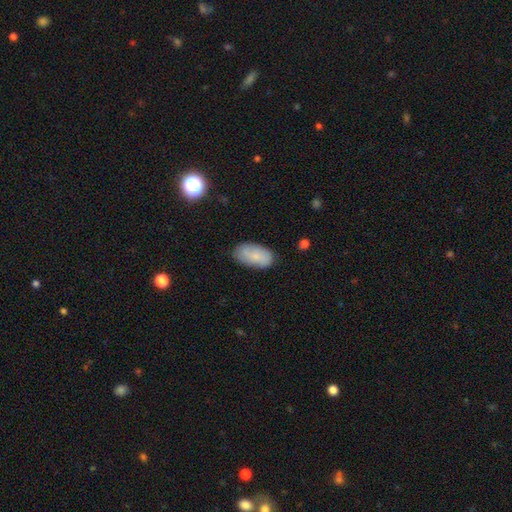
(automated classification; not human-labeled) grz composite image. It shows a smooth galaxy with no disk features (76%) that is in between round and cigar-shaped (94%). Merging: none (77%).